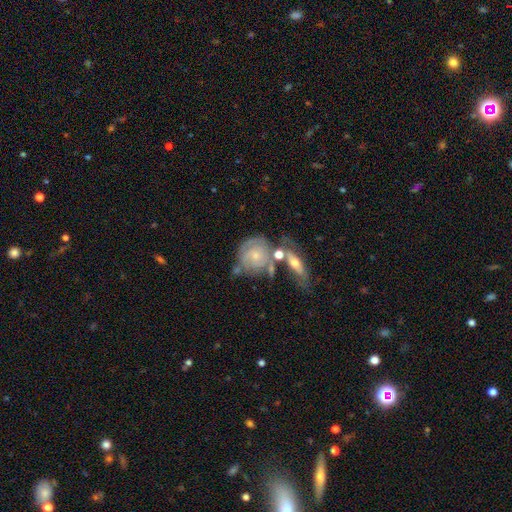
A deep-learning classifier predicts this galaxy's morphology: Smooth or featured: featured or disk — 60% (smooth — 34%)
Edge-on disk: no — 94% (yes — 6%)
Bar: no — 81% (weak — 16%)
Spiral arms: yes — 69% (no — 31%)
Bulge size: small — 67% (moderate — 26%)
Merging: none — 43% (merger — 27%)